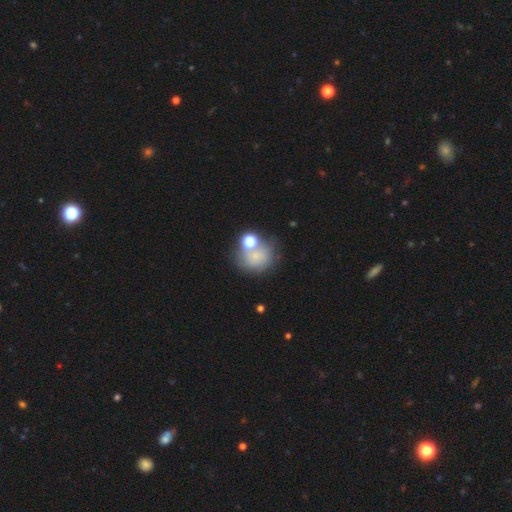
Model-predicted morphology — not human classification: This appears to be a smooth galaxy with no disk features (65%) that is round (73%). Merging: none (46%).